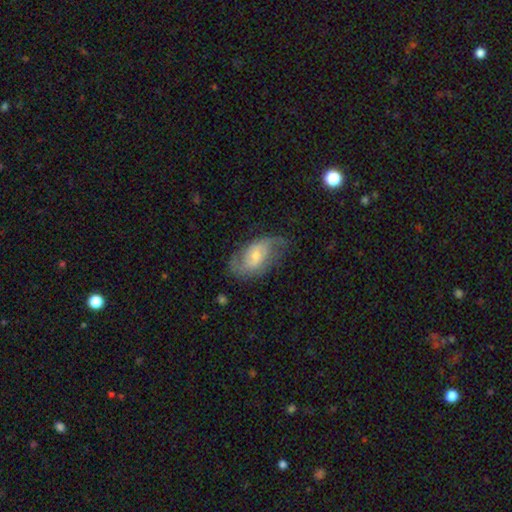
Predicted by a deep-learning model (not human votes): Overall: featured or disk (74%). Edge-on disk: no (96%). Bar: no (51%; weak 38%). Spiral arms: yes (91%). Spiral arm count: 2 (83%). Spiral winding: medium (43%; loose 39%). Bulge size: small (54%; moderate 40%). Merging: none (66%).